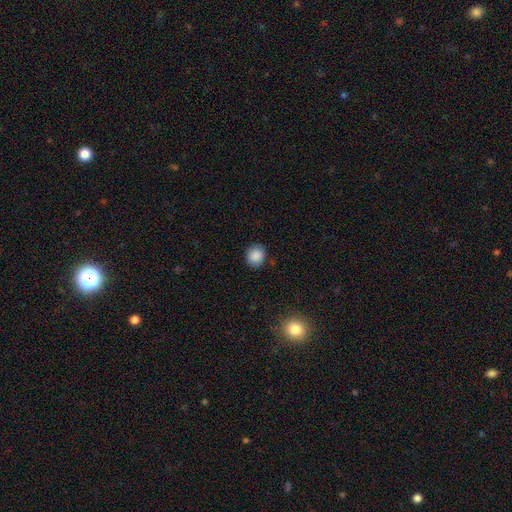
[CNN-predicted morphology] A smooth galaxy with no disk features (88%) that is round (73%).

Vote fractions:
- Smooth or featured? smooth: 88% / star or artifact: 9% / featured or disk: 3%
- How rounded? round: 73% / in between: 26% / cigar-shaped: 1%
- Merging? none: 86% / minor disturbance: 10% / major disturbance: 3% / merger: 1%